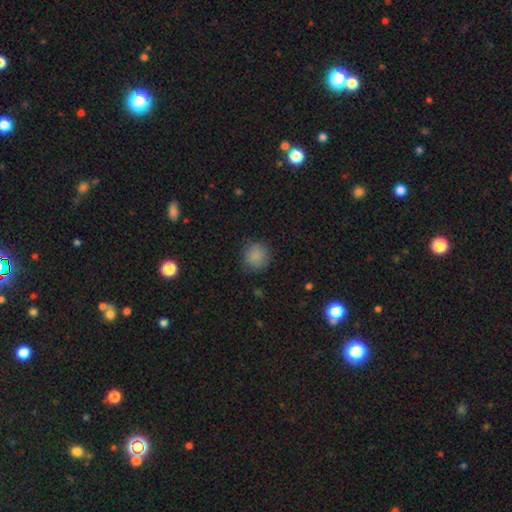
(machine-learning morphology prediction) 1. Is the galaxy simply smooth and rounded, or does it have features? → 86% smooth, 10% star or artifact, 5% featured or disk.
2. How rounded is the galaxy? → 91% round, 8% in between, 1% cigar-shaped.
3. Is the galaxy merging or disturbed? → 85% none, 11% minor disturbance, 3% major disturbance, 1% merger.